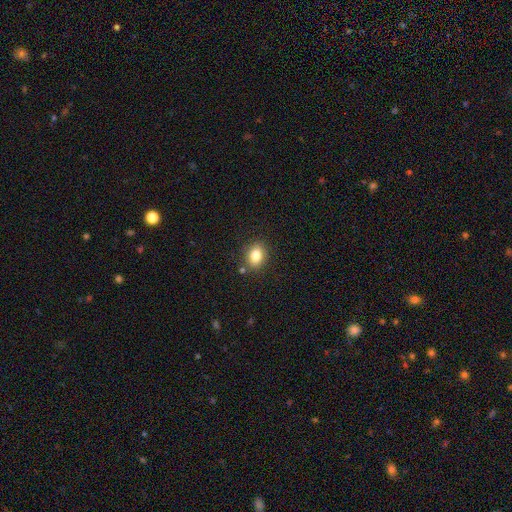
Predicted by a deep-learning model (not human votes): smooth-or-featured: smooth: 82% | star or artifact: 10% | featured or disk: 8%
  how-rounded: in between: 61% | round: 38% | cigar-shaped: 1%
  merging: none: 83% | minor disturbance: 11% | merger: 4% | major disturbance: 3%